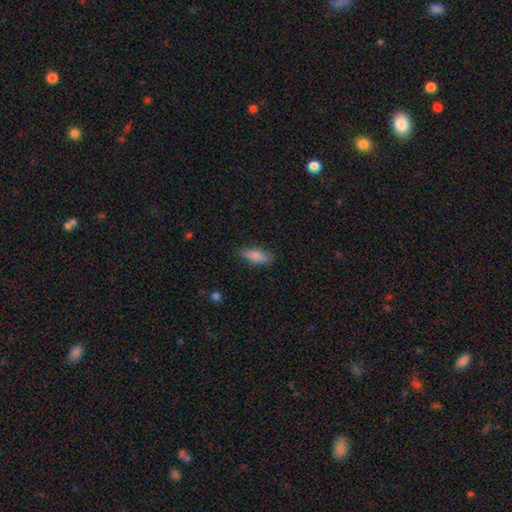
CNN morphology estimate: Smooth or featured? Predicted: smooth (p=0.82). How rounded? Predicted: in between (p=0.65). Merging? Predicted: none (p=0.81).